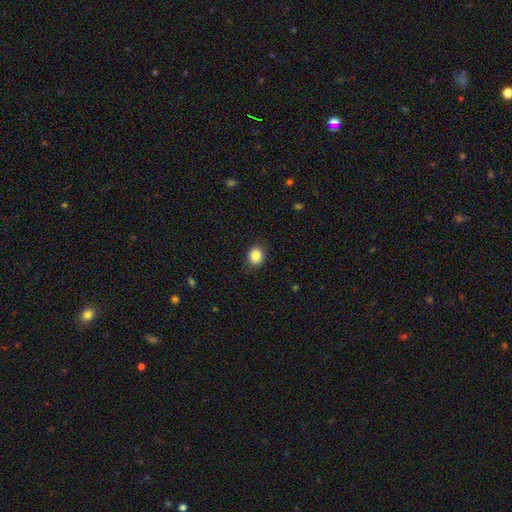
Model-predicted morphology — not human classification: type=smooth (85%); roundness=round (73%); merging=none (87%).